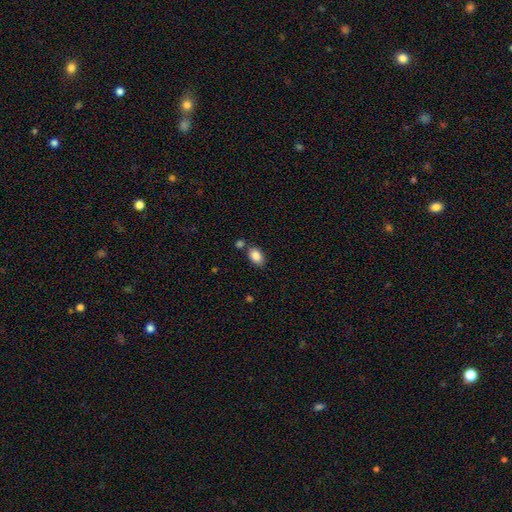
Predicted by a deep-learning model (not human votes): smooth-or-featured: smooth: 86% | star or artifact: 8% | featured or disk: 5%
  how-rounded: in between: 84% | round: 15% | cigar-shaped: 1%
  merging: none: 72% | minor disturbance: 14% | merger: 10% | major disturbance: 4%